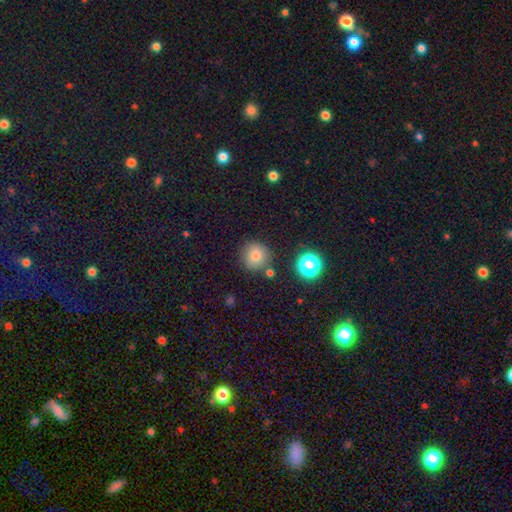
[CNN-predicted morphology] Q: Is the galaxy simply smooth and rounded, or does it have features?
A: smooth — 78%.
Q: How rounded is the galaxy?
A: round — 93%.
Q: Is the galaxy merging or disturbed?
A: none — 81%.